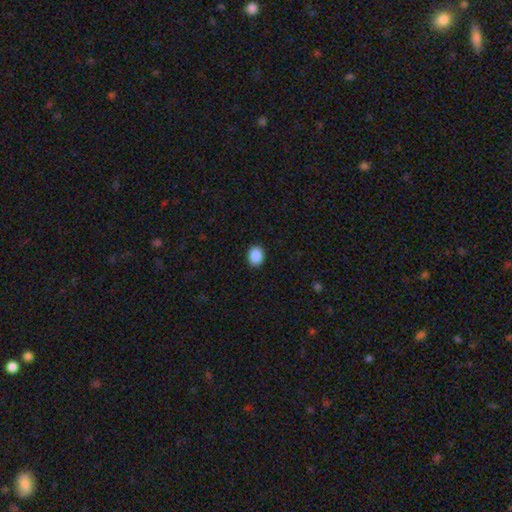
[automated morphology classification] type=smooth (89%); roundness=in between (52%); merging=none (92%).